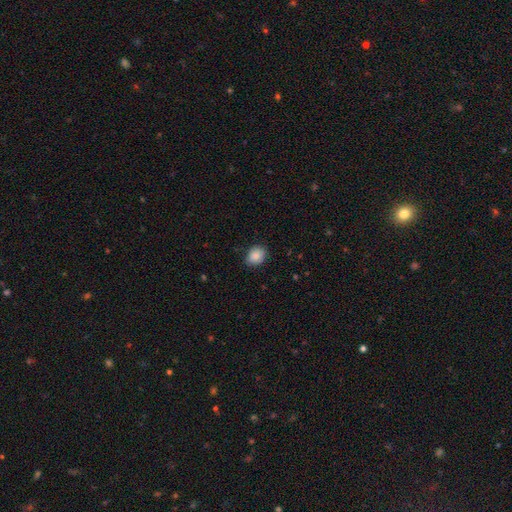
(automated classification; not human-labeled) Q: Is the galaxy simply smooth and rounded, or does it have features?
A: smooth — 88%.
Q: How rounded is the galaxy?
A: in between — 54%.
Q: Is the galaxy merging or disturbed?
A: none — 84%.